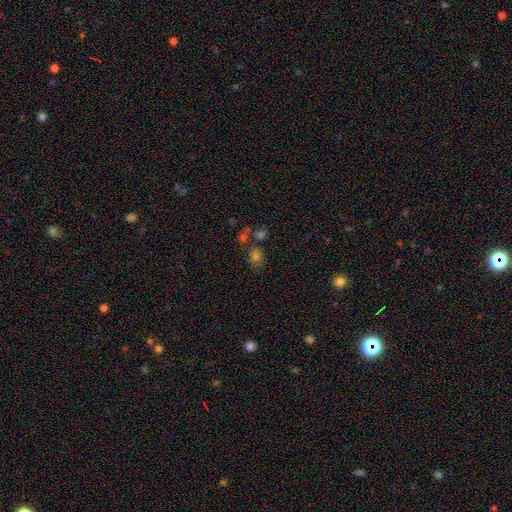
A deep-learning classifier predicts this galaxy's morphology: Q: Smooth or featured?
A: smooth (55%); runner-up: star or artifact (33%)
Q: How rounded?
A: round (58%); runner-up: in between (40%)
Q: Merging?
A: none (61%); runner-up: merger (21%)